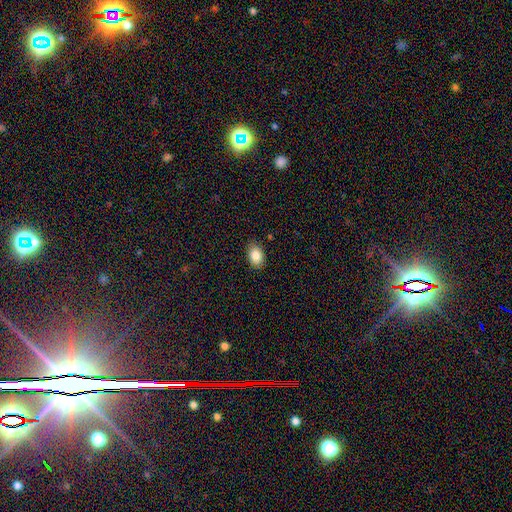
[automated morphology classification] Smooth or featured? Predicted: smooth (p=0.86). How rounded? Predicted: in between (p=0.86). Merging? Predicted: none (p=0.85).